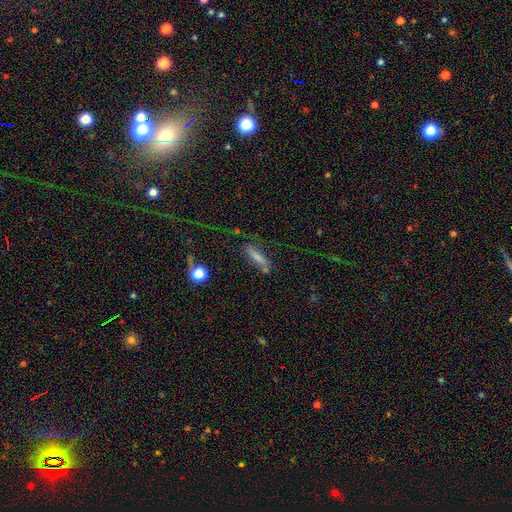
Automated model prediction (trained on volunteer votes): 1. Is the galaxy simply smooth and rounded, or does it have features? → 60% smooth, 27% featured or disk, 13% star or artifact.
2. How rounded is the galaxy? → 81% cigar-shaped, 16% in between, 3% round.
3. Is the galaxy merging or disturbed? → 69% none, 18% minor disturbance, 7% merger, 6% major disturbance.